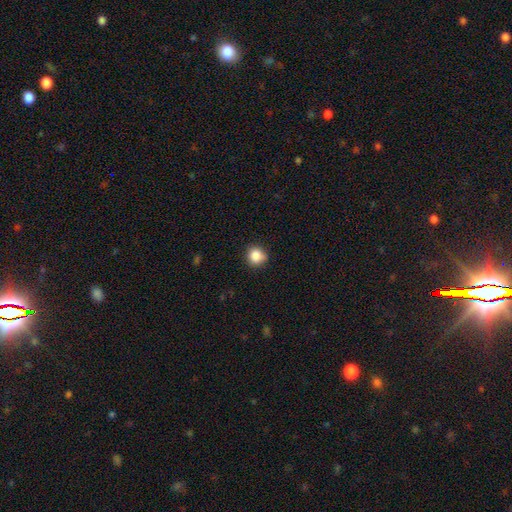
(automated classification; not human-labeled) The model was most divided on "merging": none: 81%, minor disturbance: 15%, major disturbance: 3%, merger: 1%. More confident: how rounded — round (89%); smooth or featured — smooth (85%).